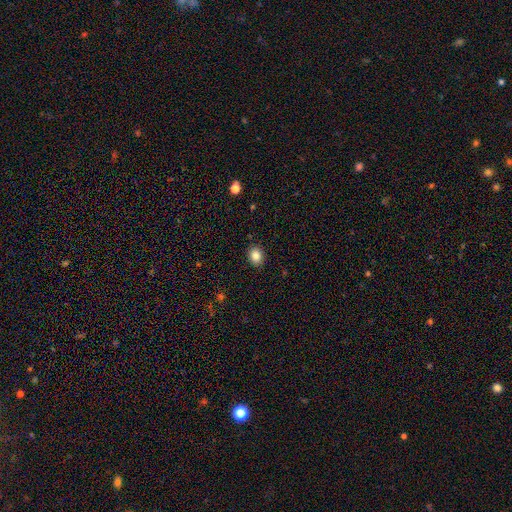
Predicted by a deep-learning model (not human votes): smooth-or-featured: smooth: 84% | star or artifact: 10% | featured or disk: 6%
  how-rounded: in between: 54% | round: 45% | cigar-shaped: 1%
  merging: none: 89% | minor disturbance: 8% | major disturbance: 2% | merger: 1%